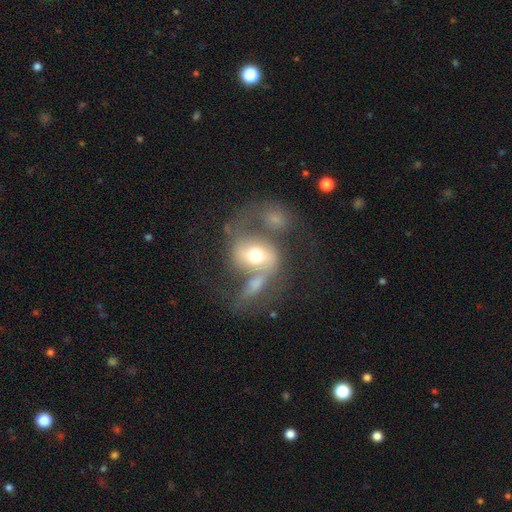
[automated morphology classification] This appears to be a featured or disk galaxy (63%) with no bar (48%), spiral arms (73%) and a moderate central bulge (68%). Merging: merger (41%).